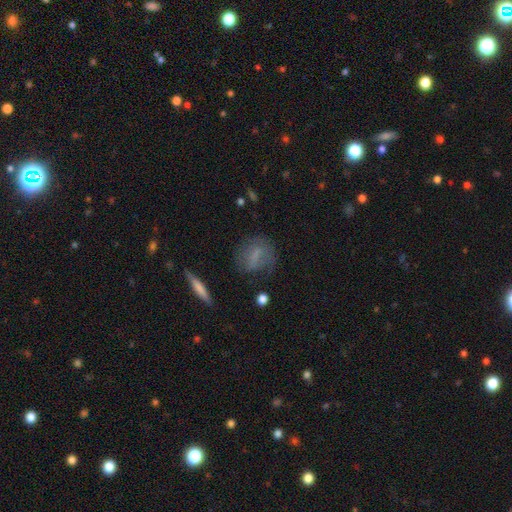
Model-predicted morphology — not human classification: This appears to be a smooth galaxy with no disk features (58%) that is in between round and cigar-shaped (47%). Merging: none (60%).